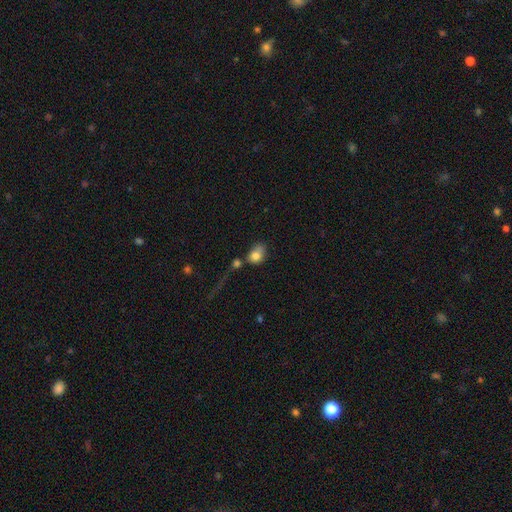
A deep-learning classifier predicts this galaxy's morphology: A smooth galaxy with no disk features (78%) that is in between round and cigar-shaped (64%). Merging: none (31%).